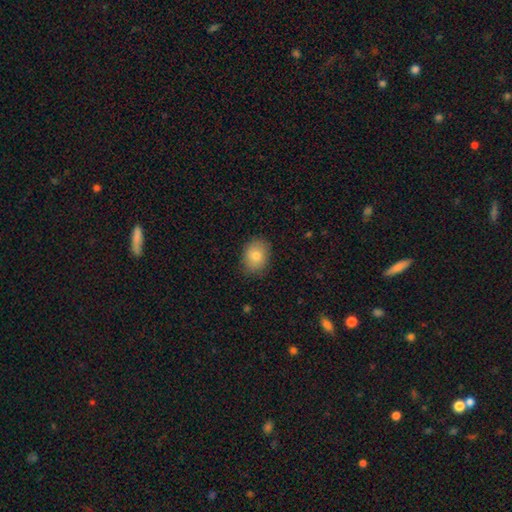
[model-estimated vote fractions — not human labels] This is clearly a smooth galaxy (81%). How rounded: likely in between (61%). Merging: clearly none (85%).